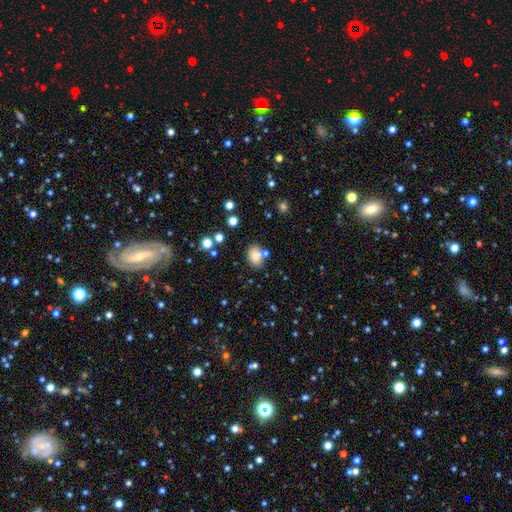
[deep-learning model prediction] Smooth or featured: smooth — 82% (star or artifact — 11%)
How rounded: in between — 68% (round — 31%)
Merging: none — 71% (minor disturbance — 14%)